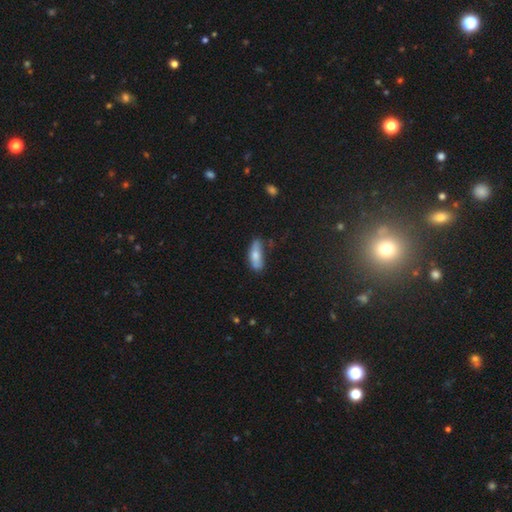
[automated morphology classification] Smooth or featured? Predicted: smooth (p=0.72). How rounded? Predicted: in between (p=0.64). Merging? Predicted: none (p=0.58).